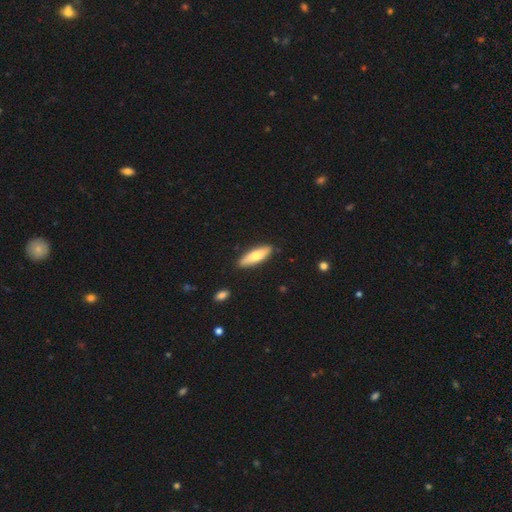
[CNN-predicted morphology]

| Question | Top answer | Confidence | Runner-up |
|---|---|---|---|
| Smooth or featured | smooth | 69% | featured or disk (26%) |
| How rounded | cigar-shaped | 52% | in between (47%) |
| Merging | none | 87% | minor disturbance (10%) |